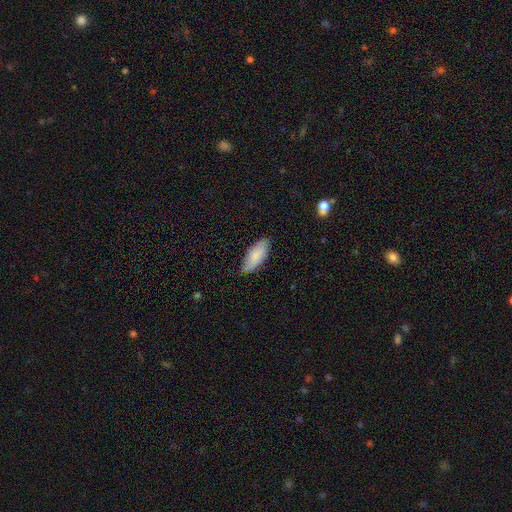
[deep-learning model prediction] Smooth or featured: smooth — 80% (featured or disk — 14%)
How rounded: in between — 81% (cigar-shaped — 17%)
Merging: none — 79% (minor disturbance — 17%)